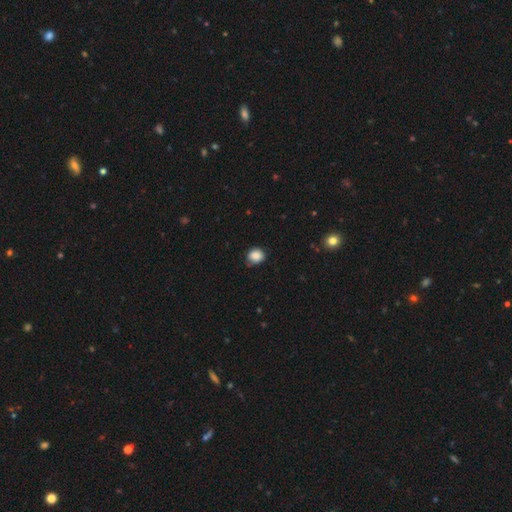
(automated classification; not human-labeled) smooth_or_featured: smooth (p=0.87) [alt: star or artifact p=0.09]
how_rounded: round (p=0.71) [alt: in between p=0.28]
merging: none (p=0.74) [alt: minor disturbance p=0.21]